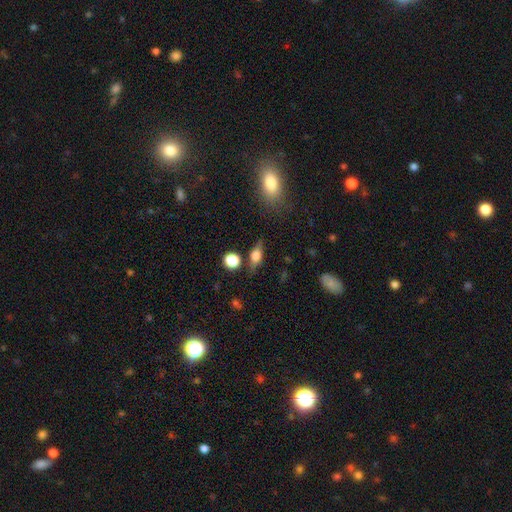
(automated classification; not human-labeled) This is possibly a smooth galaxy (53%). How rounded: likely in between (62%). Merging: likely none (74%).